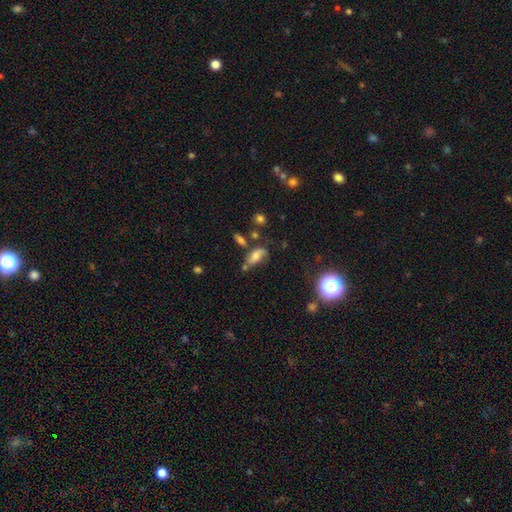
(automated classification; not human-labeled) smooth 54%, featured or disk 33%, star or artifact 13%. Down the decision tree: how rounded — in between (84%); merging — none (43%).